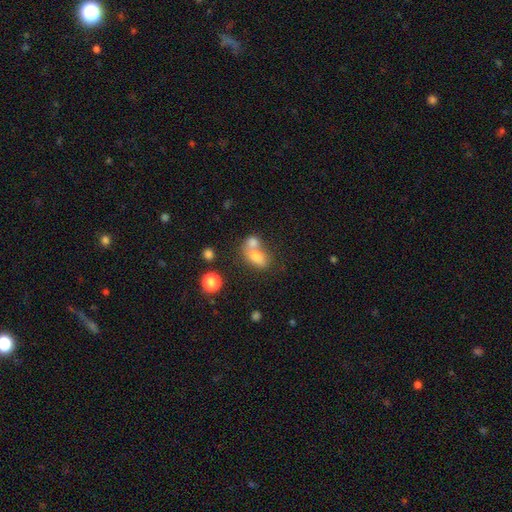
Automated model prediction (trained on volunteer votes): This appears to be a smooth galaxy with no disk features (73%) that is in between round and cigar-shaped (76%). Merging: merger (58%).